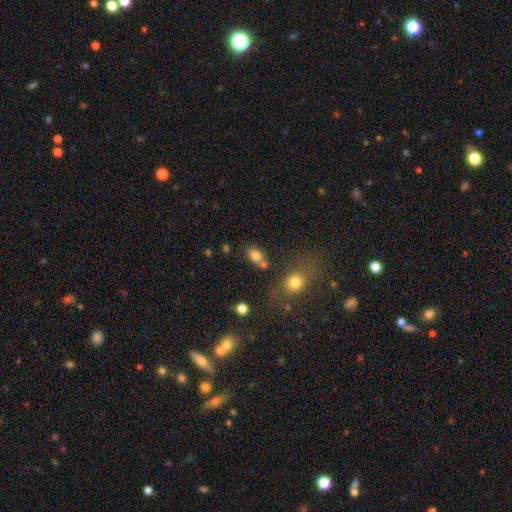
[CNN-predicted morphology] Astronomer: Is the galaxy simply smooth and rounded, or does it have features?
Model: smooth — 79%.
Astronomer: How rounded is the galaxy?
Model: in between — 77%.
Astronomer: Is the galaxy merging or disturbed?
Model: none — 59%.